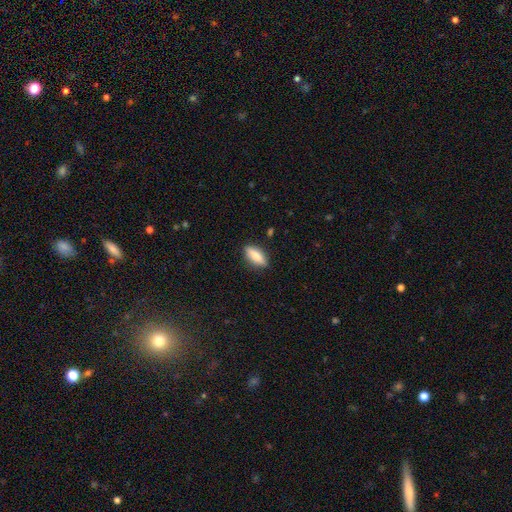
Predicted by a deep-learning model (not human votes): Morphology: type=smooth (79%); roundness=in between (67%); merging=none (87%).